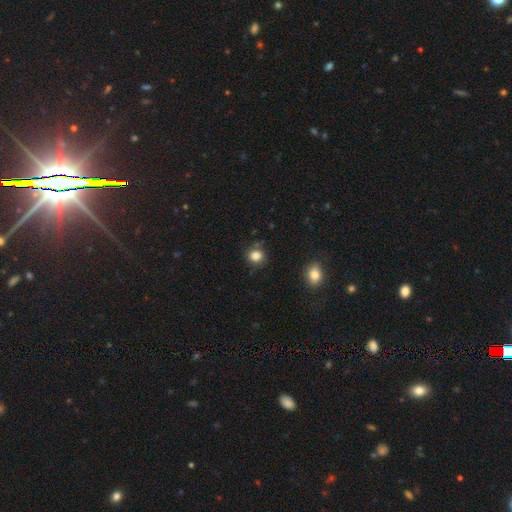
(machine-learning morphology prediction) smooth-or-featured: smooth: 84% | star or artifact: 12% | featured or disk: 5%
  how-rounded: round: 82% | in between: 17% | cigar-shaped: 1%
  merging: none: 79% | minor disturbance: 14% | merger: 4% | major disturbance: 3%